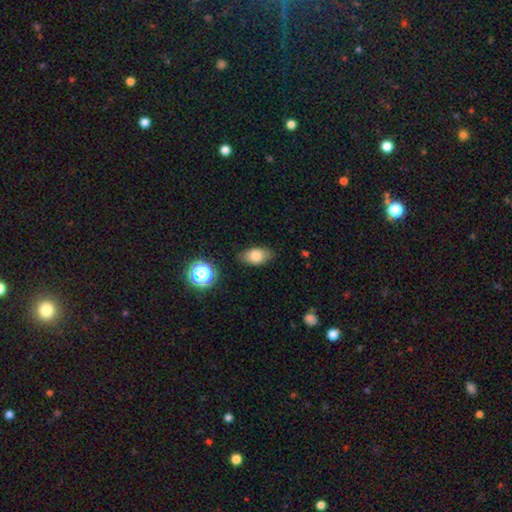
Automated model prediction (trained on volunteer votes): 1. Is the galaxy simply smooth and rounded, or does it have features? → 79% smooth, 11% featured or disk, 10% star or artifact.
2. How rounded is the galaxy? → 87% in between, 11% round, 2% cigar-shaped.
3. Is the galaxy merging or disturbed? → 80% none, 15% minor disturbance, 3% major disturbance, 2% merger.